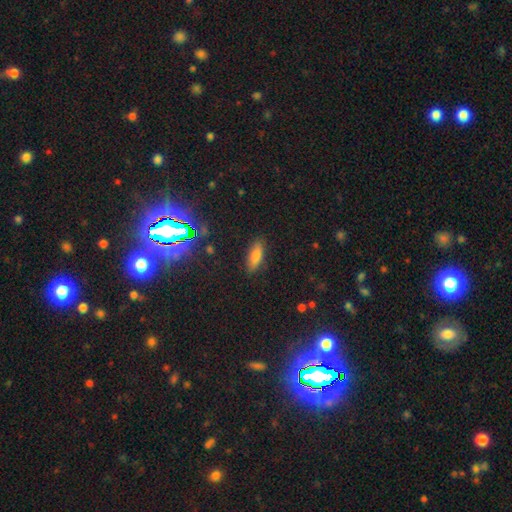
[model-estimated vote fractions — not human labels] This is likely a smooth galaxy (77%). How rounded: likely in between (71%). Merging: clearly none (86%).